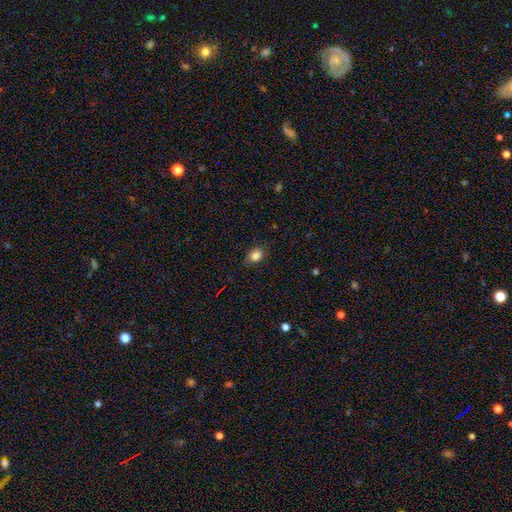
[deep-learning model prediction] Smooth or featured: smooth — 84% (star or artifact — 10%)
How rounded: in between — 67% (round — 31%)
Merging: none — 77% (minor disturbance — 18%)